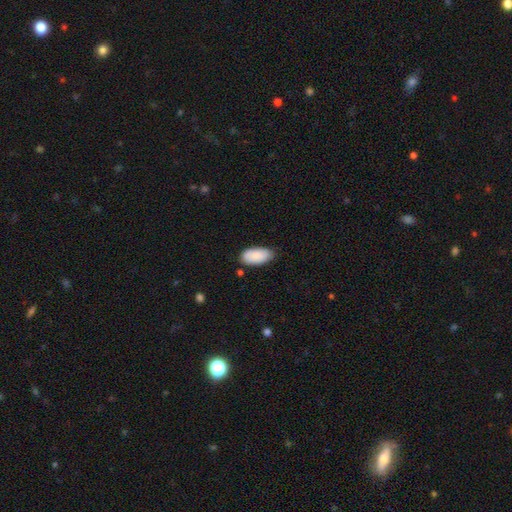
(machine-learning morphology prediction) smooth-or-featured: smooth: 88% | featured or disk: 6% | star or artifact: 6%
  how-rounded: in between: 95% | cigar-shaped: 3% | round: 2%
  merging: none: 77% | minor disturbance: 18% | major disturbance: 3% | merger: 2%